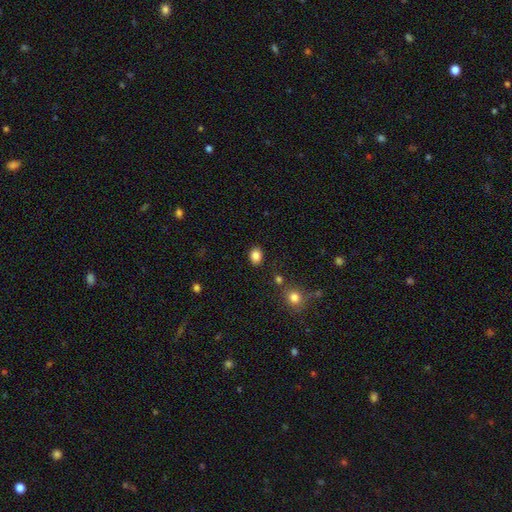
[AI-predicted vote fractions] Morphology: type=smooth (85%); roundness=in between (60%); merging=none (86%).